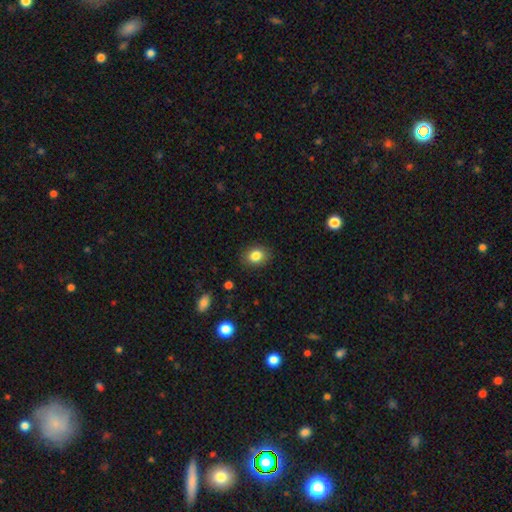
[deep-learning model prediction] Smooth or featured: smooth — 85% (star or artifact — 9%)
How rounded: in between — 56% (round — 44%)
Merging: none — 87% (minor disturbance — 10%)